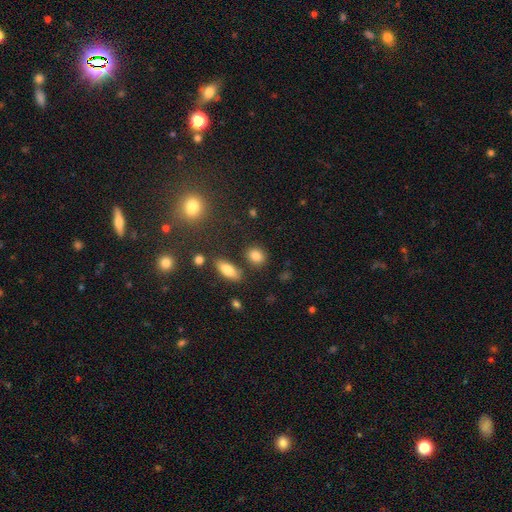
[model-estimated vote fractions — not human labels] A smooth galaxy with no disk features (84%) that is round (51%). Merging: none (82%).